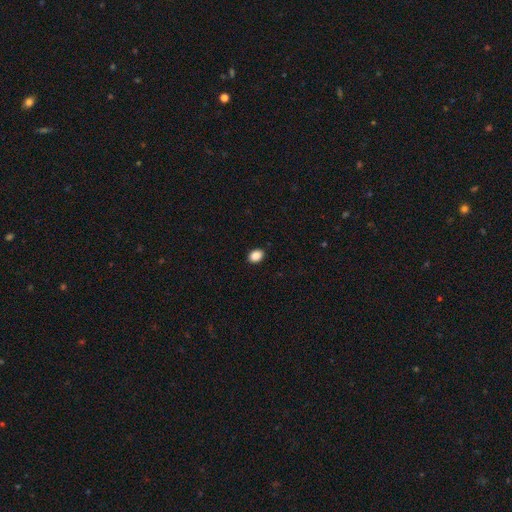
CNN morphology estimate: This appears to be a smooth galaxy with no disk features (89%) that is in between round and cigar-shaped (72%). Merging: none (89%).